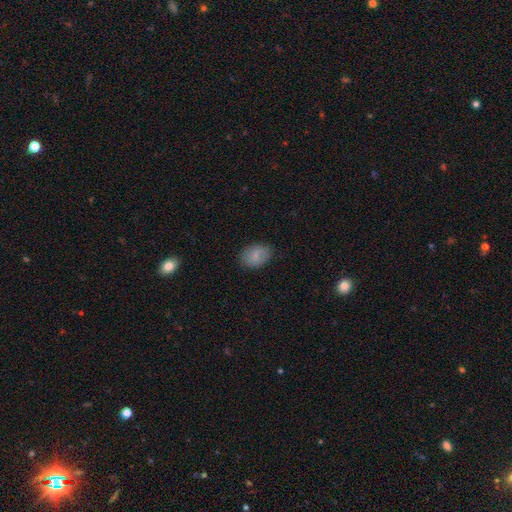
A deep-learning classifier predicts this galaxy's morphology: A smooth galaxy with no disk features (82%) that is in between round and cigar-shaped (77%). Merging: none (82%).